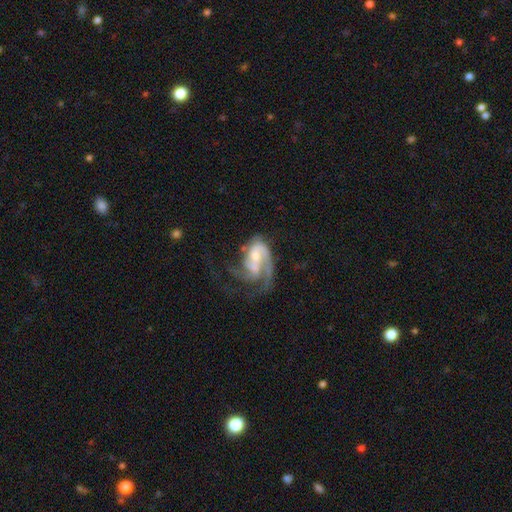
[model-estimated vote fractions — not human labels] This is clearly a featured or disk galaxy (84%). It is clearly not viewed edge-on (98%). Bar: marginally no (44%). Spiral arm pattern: clearly yes (94%). Spiral arm count: marginally 2 (32%, tied with 1). Spiral winding: possibly medium (46%). Central bulge: possibly moderate (46%). Merging: marginally major disturbance (43%).